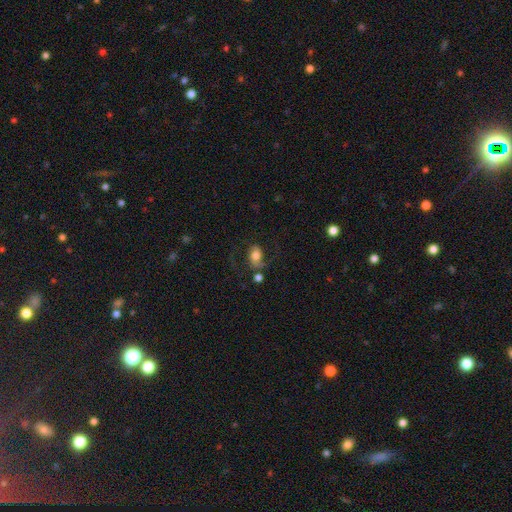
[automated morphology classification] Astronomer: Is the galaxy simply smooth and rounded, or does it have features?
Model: featured or disk — 48% (runner-up: smooth, 42%).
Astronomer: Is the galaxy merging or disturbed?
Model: none — 55%.